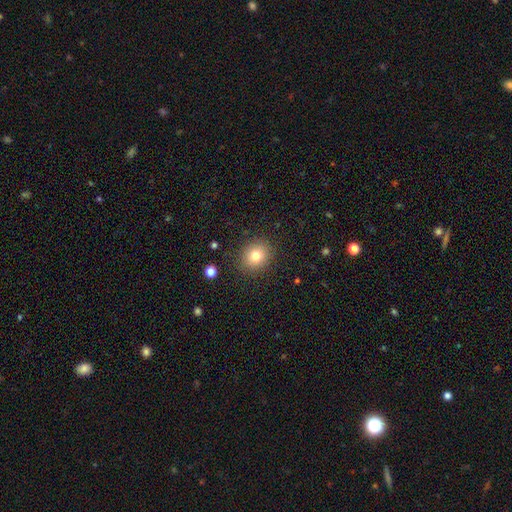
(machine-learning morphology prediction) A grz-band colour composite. It shows a smooth galaxy with no disk features (79%) that is round (71%). Merging: none (87%).